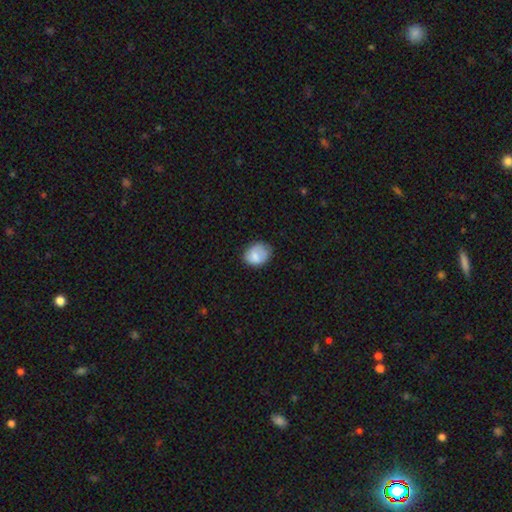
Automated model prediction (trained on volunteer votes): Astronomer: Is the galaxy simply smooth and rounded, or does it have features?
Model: smooth — 77%.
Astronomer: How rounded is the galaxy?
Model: round — 52% (runner-up: in between, 47%).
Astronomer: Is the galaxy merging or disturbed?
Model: none — 64%.